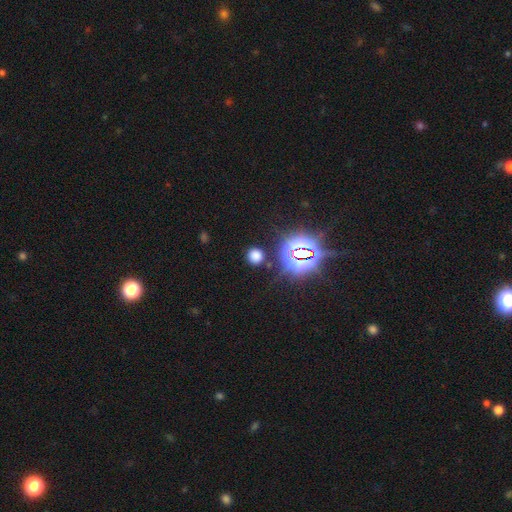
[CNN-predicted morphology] The model was most divided on "smooth or featured": smooth: 66%, star or artifact: 29%, featured or disk: 6%. More confident: how rounded — round (86%); merging — none (86%).